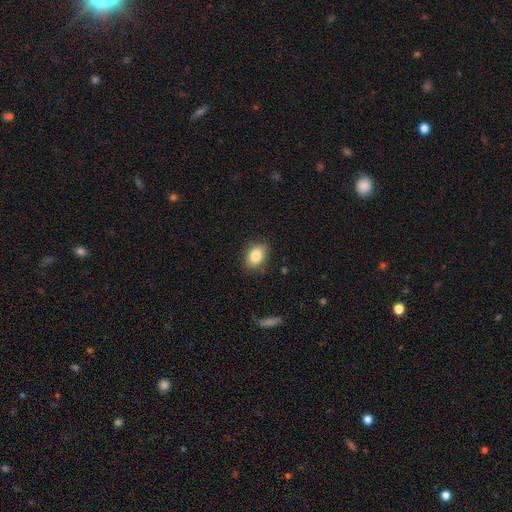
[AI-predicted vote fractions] Morphology: type=smooth (85%); roundness=in between (83%); merging=none (84%).